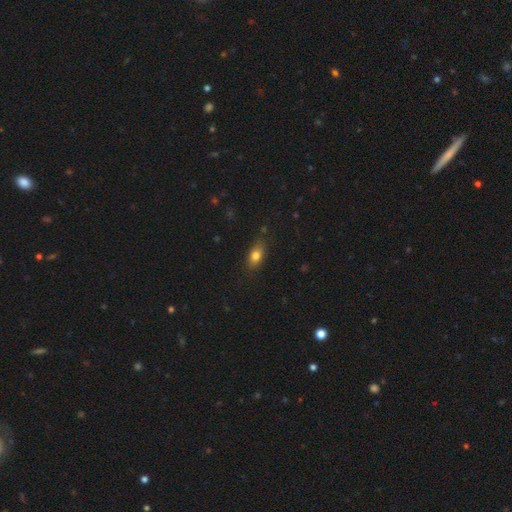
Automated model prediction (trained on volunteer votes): A smooth galaxy with no disk features (78%) that is in between round and cigar-shaped (80%). Merging: none (80%).